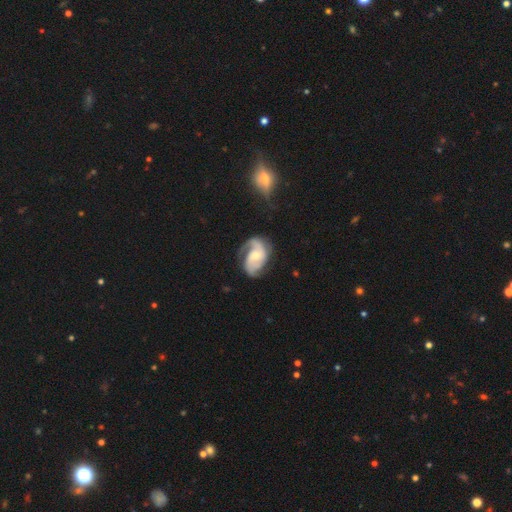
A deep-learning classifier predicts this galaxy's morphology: The model was most divided on "bulge size": small: 47%, moderate: 43%, none: 5%, large: 4%, dominant: 1%. Remaining: edge-on disk — no (97%); spiral arms — yes (96%); smooth or featured — featured or disk (83%); spiral arm count — 2 (68%); merging — none (57%); bar — no (54%); spiral winding — medium (48%).